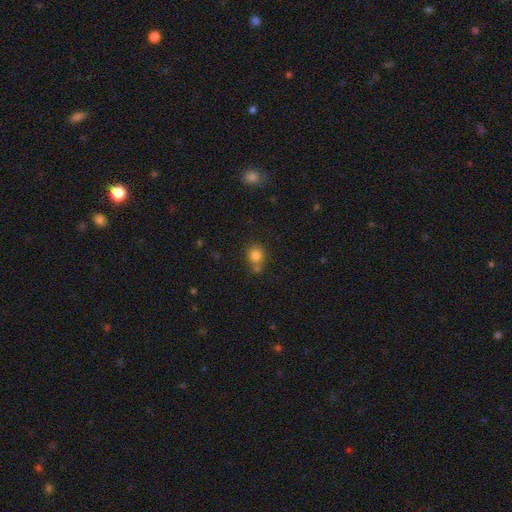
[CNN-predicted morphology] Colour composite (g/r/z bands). It shows a smooth galaxy with no disk features (81%) that is round (82%). Merging: none (61%).